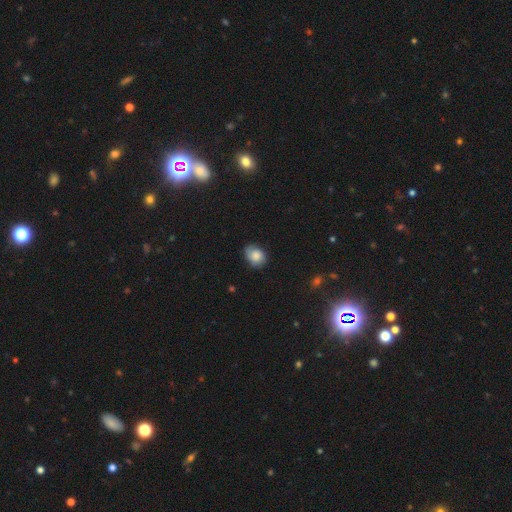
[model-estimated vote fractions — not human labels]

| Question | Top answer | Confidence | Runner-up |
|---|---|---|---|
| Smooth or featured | smooth | 77% | featured or disk (14%) |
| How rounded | in between | 53% | round (47%) |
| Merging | none | 70% | minor disturbance (24%) |